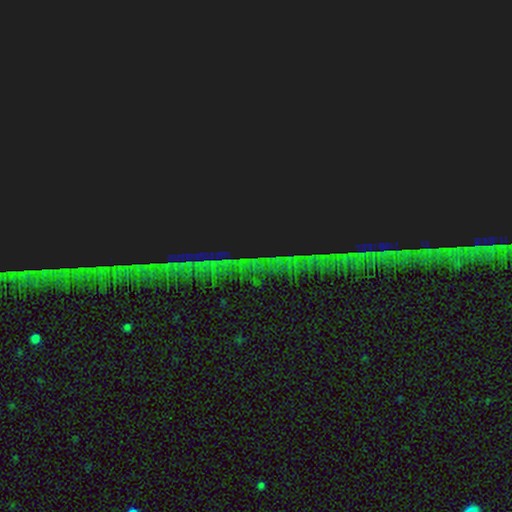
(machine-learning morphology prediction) Smooth or featured: star or artifact — 85% (featured or disk — 8%)